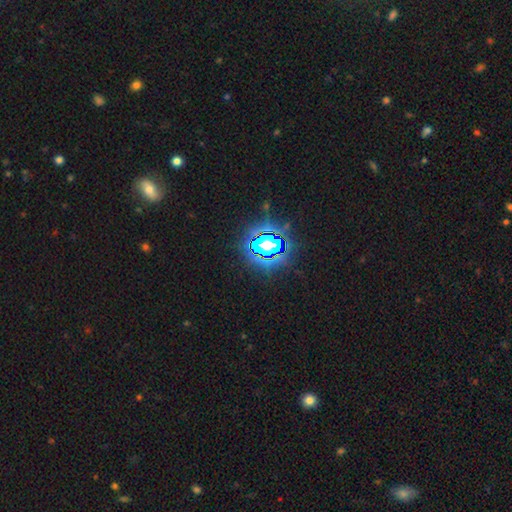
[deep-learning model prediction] smooth-or-featured: star or artifact: 80% | smooth: 13% | featured or disk: 8%